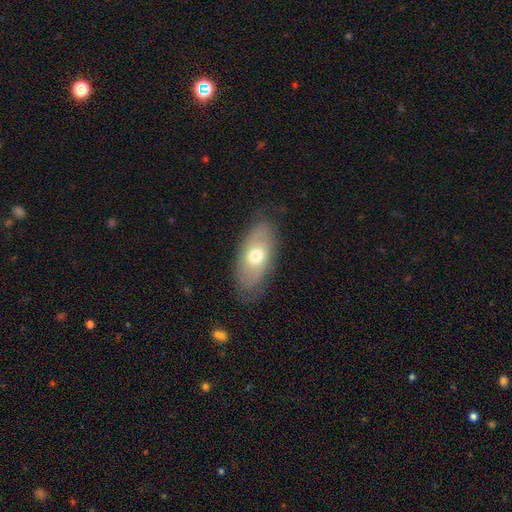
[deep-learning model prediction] Smooth or featured? Predicted: smooth (p=0.59). How rounded? Predicted: in between (p=0.89). Merging? Predicted: none (p=0.77).